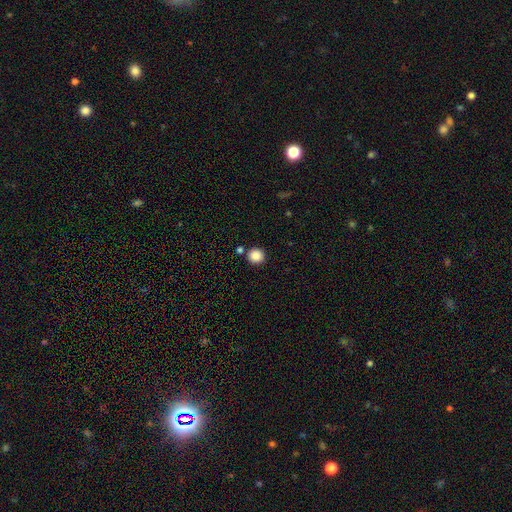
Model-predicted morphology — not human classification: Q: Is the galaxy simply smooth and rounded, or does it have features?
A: smooth — 87%.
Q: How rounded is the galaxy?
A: round — 93%.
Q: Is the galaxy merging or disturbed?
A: none — 84%.